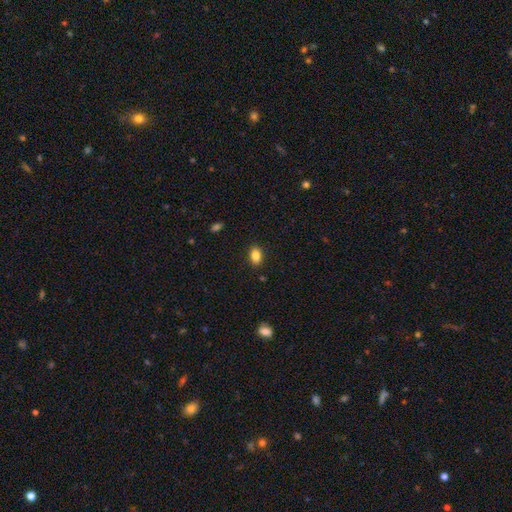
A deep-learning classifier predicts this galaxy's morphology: Smooth or featured?
  - smooth: 85% *
  - star or artifact: 9%
  - featured or disk: 6%
How rounded?
  - in between: 83% *
  - round: 16%
  - cigar-shaped: 2%
Merging?
  - none: 88% *
  - minor disturbance: 9%
  - major disturbance: 2%
  - merger: 1%